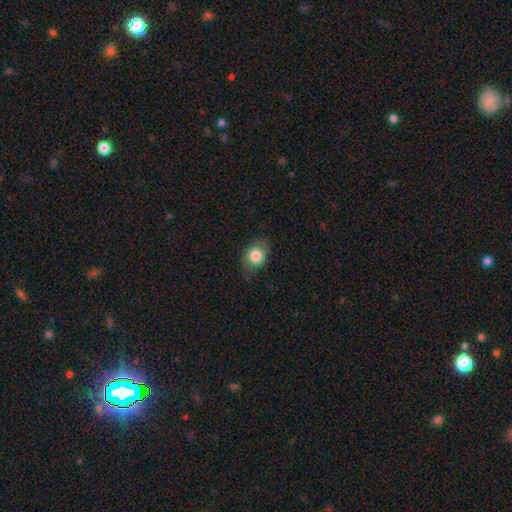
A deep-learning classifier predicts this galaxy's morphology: smooth 77%, featured or disk 15%, star or artifact 8%. Down the decision tree: how rounded — in between (63%); merging — none (73%).